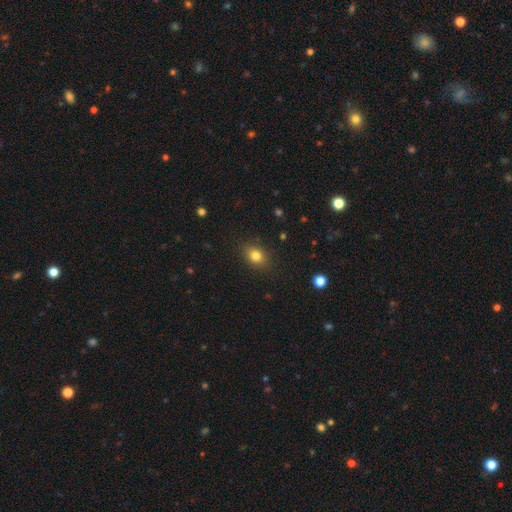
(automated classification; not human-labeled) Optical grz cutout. It shows a smooth galaxy with no disk features (81%) that is in between round and cigar-shaped (59%). Merging: none (86%).